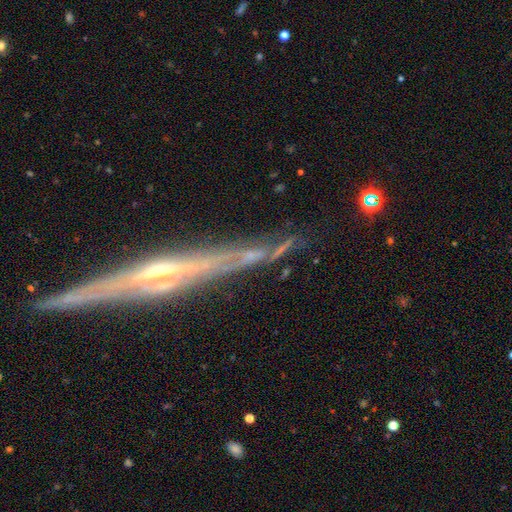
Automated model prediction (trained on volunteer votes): A featured or disk galaxy (80%) viewed edge-on (94%) with a rounded central bulge (53%).

Vote fractions:
- Smooth or featured? featured or disk: 80% / smooth: 10% / star or artifact: 10%
- Edge-on disk? yes: 94% / no: 6%
- Edge-on bulge? rounded: 53% / none: 34% / boxy: 12%
- Merging? none: 81% / minor disturbance: 13% / major disturbance: 4% / merger: 2%